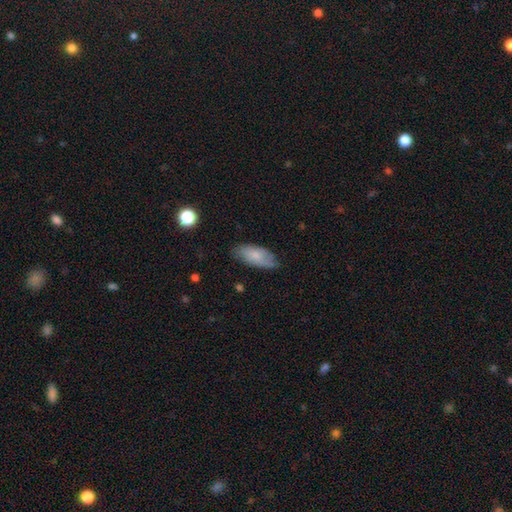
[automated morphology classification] Q: Smooth or featured?
A: smooth (69%); runner-up: featured or disk (25%)
Q: How rounded?
A: in between (87%); runner-up: cigar-shaped (11%)
Q: Merging?
A: none (69%); runner-up: minor disturbance (25%)